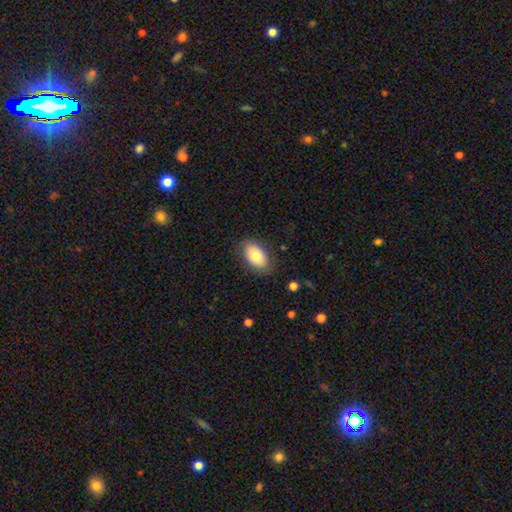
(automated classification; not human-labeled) Smooth or featured? Predicted: smooth (p=0.79). How rounded? Predicted: in between (p=0.93). Merging? Predicted: none (p=0.81).